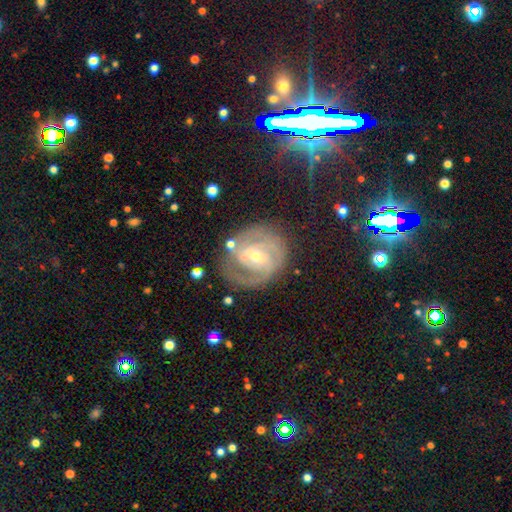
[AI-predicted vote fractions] Smooth or featured? featured or disk (81%)
Edge-on disk? no (97%)
Bar? no (42%, tied with weak)
Spiral arms? yes (89%)
Spiral winding? tight (63%)
Spiral arm count? 2 (44%)
Bulge size? small (53%)
Merging? none (66%)